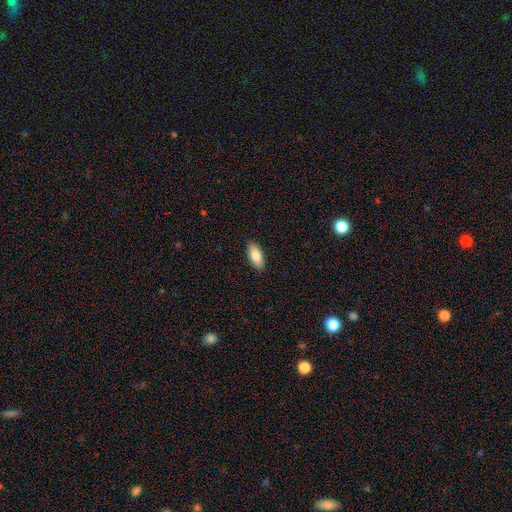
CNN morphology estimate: The model was most divided on "how rounded": in between: 86%, cigar-shaped: 12%, round: 2%. More confident: merging — none (89%); smooth or featured — smooth (84%).